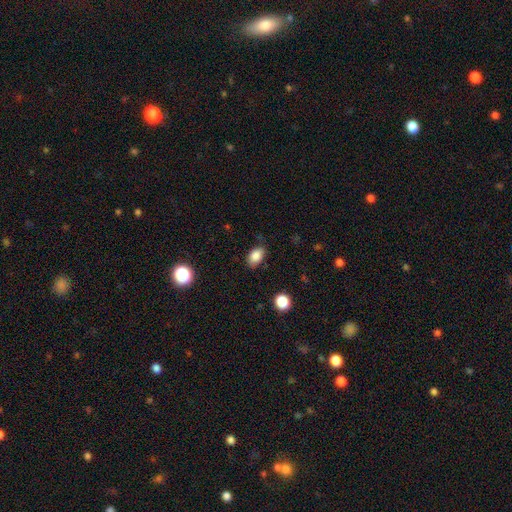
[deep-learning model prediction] This appears to be a smooth galaxy with no disk features (85%) that is in between round and cigar-shaped (86%). Merging: none (79%).